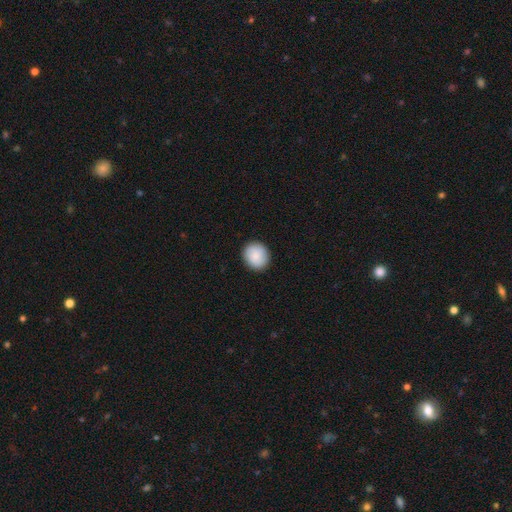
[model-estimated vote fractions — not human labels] smooth-or-featured: smooth: 88% | star or artifact: 7% | featured or disk: 5%
  how-rounded: round: 80% | in between: 19% | cigar-shaped: 1%
  merging: none: 90% | minor disturbance: 7% | major disturbance: 2% | merger: 1%